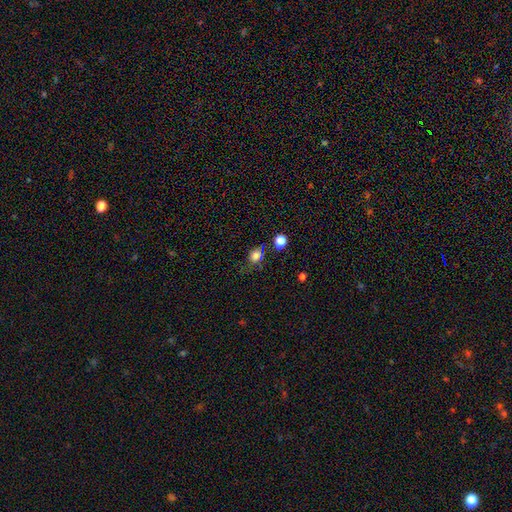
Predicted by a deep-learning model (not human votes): A smooth galaxy with no disk features (64%) that is round (67%).

Vote fractions:
- Smooth or featured? smooth: 64% / star or artifact: 28% / featured or disk: 8%
- How rounded? round: 67% / in between: 31% / cigar-shaped: 2%
- Merging? none: 69% / minor disturbance: 17% / major disturbance: 8% / merger: 7%